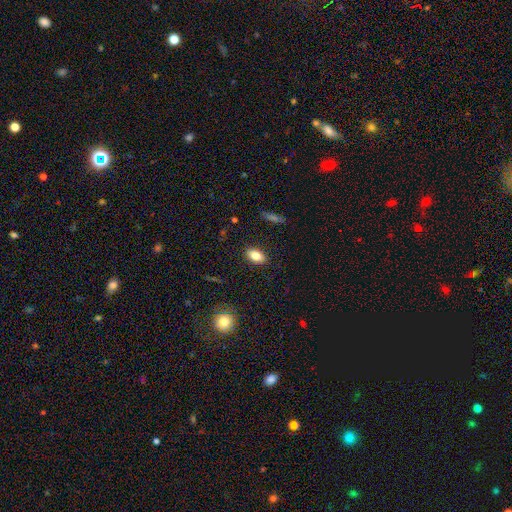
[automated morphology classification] This appears to be a smooth galaxy with no disk features (81%) that is in between round and cigar-shaped (89%). Merging: none (88%).